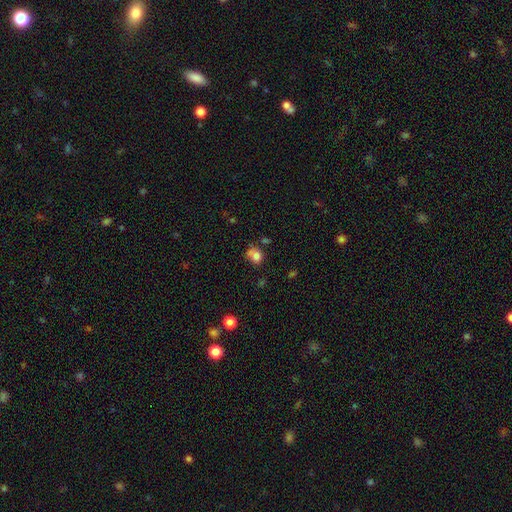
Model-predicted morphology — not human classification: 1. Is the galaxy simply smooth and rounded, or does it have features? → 78% smooth, 12% star or artifact, 10% featured or disk.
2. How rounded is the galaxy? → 60% round, 39% in between, 1% cigar-shaped.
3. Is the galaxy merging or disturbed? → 45% none, 25% minor disturbance, 19% merger, 11% major disturbance.